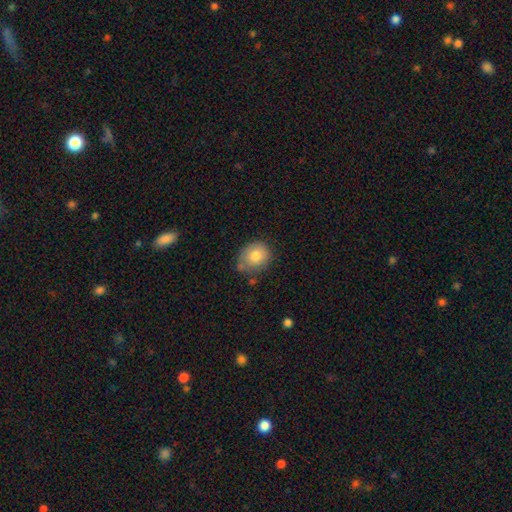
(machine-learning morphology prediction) smooth 79%, featured or disk 13%, star or artifact 8%. Down the decision tree: how rounded — round (65%); merging — none (62%).